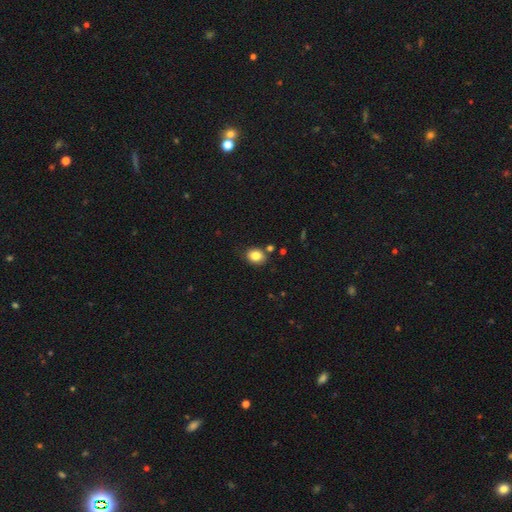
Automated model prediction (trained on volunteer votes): Overall: smooth (82%). How rounded: in between (54%; round 45%). Merging: none (78%).